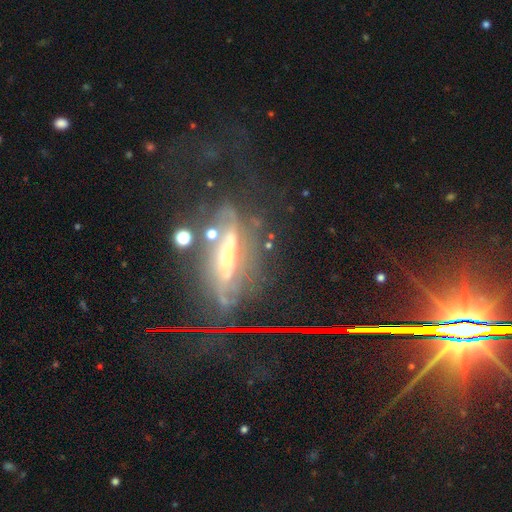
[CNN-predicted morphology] Overall: featured or disk (67%). Edge-on disk: yes (60%; no 40%). Merging: none (49%; major disturbance 25%).